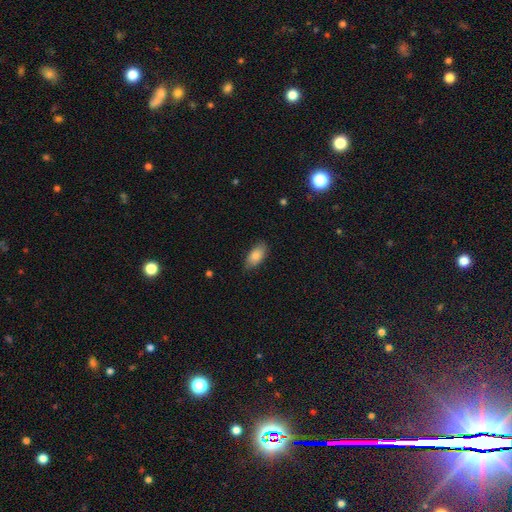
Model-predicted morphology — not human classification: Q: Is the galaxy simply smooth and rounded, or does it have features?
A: smooth — 84%.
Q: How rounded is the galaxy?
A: in between — 92%.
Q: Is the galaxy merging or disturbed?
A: none — 78%.